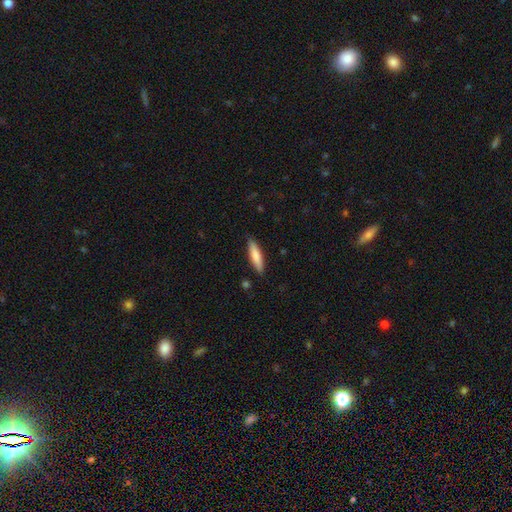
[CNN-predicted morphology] This is likely a smooth galaxy (76%). How rounded: likely cigar-shaped (75%). Merging: clearly none (88%).